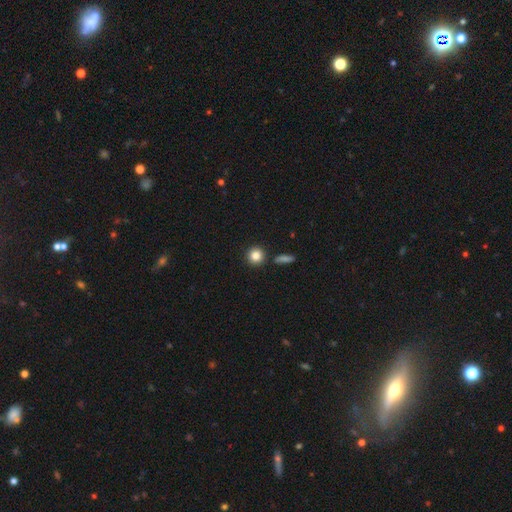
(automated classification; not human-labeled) A smooth galaxy with no disk features (84%) that is round (93%).

Vote fractions:
- Smooth or featured? smooth: 84% / star or artifact: 10% / featured or disk: 6%
- How rounded? round: 93% / in between: 6% / cigar-shaped: 1%
- Merging? none: 87% / minor disturbance: 6% / merger: 4% / major disturbance: 2%